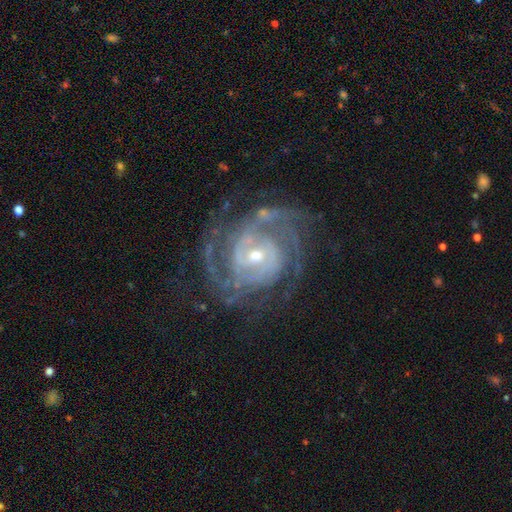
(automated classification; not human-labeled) Q: Smooth or featured?
A: featured or disk (91%); runner-up: star or artifact (5%)
Q: Edge-on disk?
A: no (98%); runner-up: yes (2%)
Q: Bar?
A: no (51%); runner-up: weak (35%)
Q: Spiral arms?
A: yes (98%); runner-up: no (2%)
Q: Spiral winding?
A: tight (65%); runner-up: medium (31%)
Q: Spiral arm count?
A: 2 (28%); runner-up: 3 (25%)
Q: Bulge size?
A: small (57%); runner-up: moderate (39%)
Q: Merging?
A: none (71%); runner-up: minor disturbance (17%)